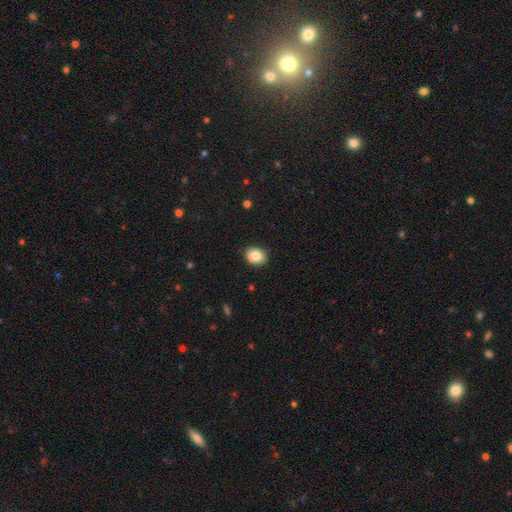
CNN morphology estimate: Smooth or featured? smooth (82%)
How rounded? round (54%)
Merging? none (84%)